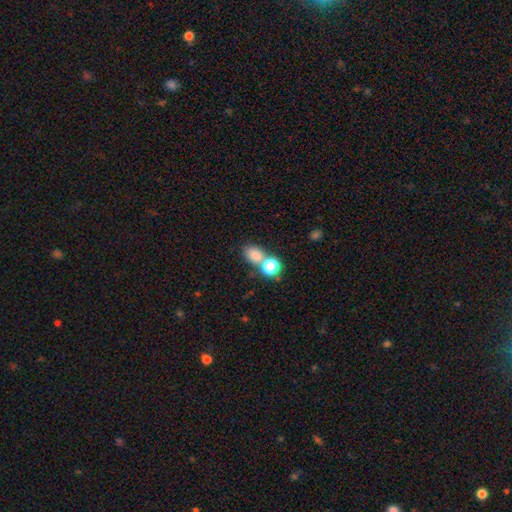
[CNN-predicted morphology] The model was most divided on "merging": none: 46%, merger: 40%, minor disturbance: 9%, major disturbance: 4%. More confident: smooth or featured — smooth (78%); how rounded — in between (53%).